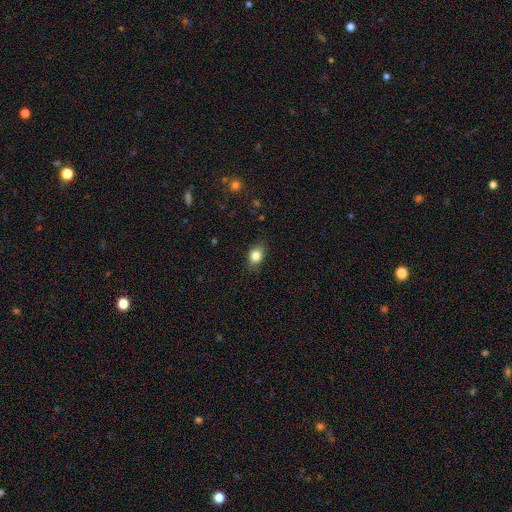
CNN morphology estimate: smooth 83%, star or artifact 9%, featured or disk 7%. Down the decision tree: how rounded — in between (63%); merging — none (82%).